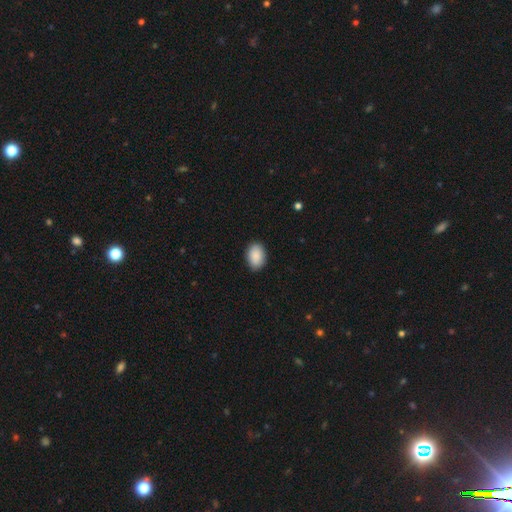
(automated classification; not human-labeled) This is clearly a smooth galaxy (90%). How rounded: clearly in between (86%). Merging: clearly none (87%).